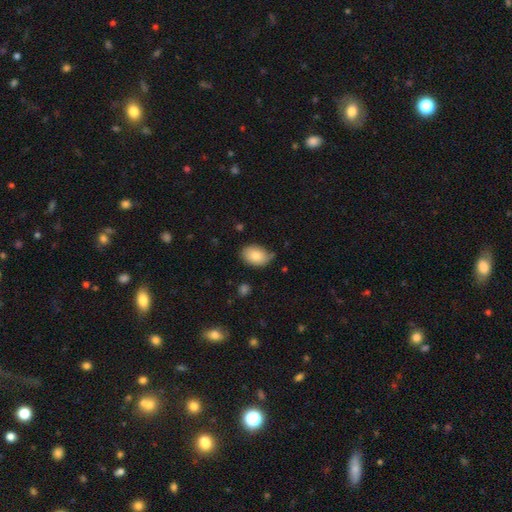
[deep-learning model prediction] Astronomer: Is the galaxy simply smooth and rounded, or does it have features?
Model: smooth — 85%.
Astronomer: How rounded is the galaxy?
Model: in between — 87%.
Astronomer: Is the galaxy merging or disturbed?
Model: none — 71%.